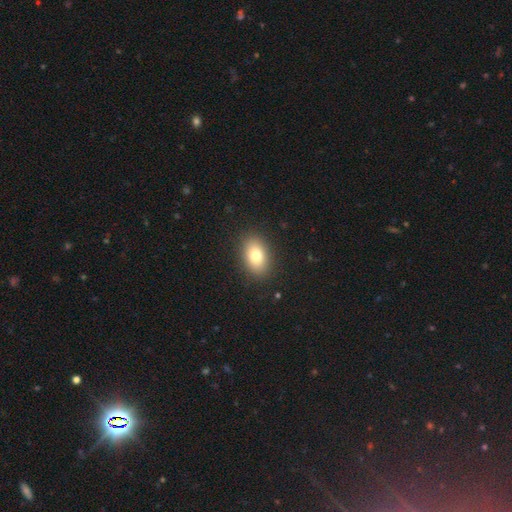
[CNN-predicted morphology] The model was most divided on "smooth or featured": smooth: 78%, featured or disk: 12%, star or artifact: 10%. More confident: merging — none (89%); how rounded — in between (84%).